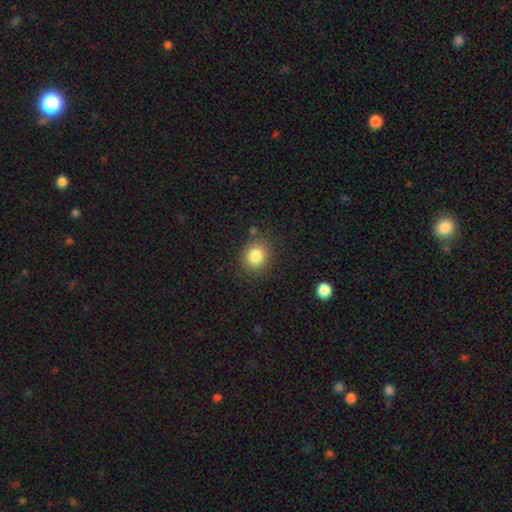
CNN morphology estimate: Smooth or featured? Predicted: smooth (p=0.83). How rounded? Predicted: round (p=0.73). Merging? Predicted: none (p=0.82).